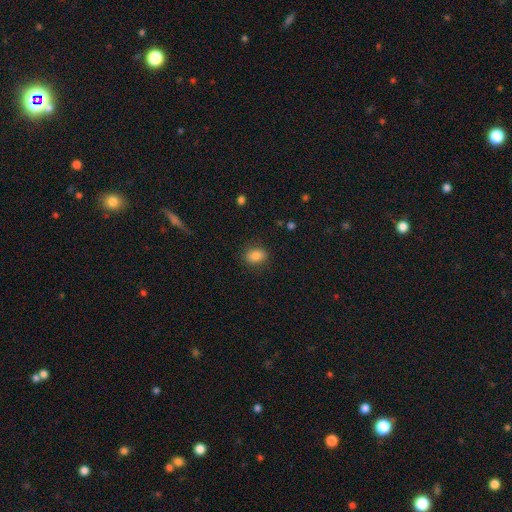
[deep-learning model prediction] This is clearly a smooth galaxy (84%). How rounded: likely in between (61%). Merging: clearly none (85%).